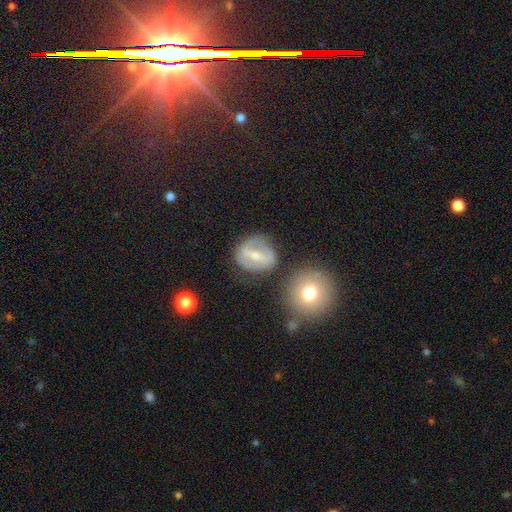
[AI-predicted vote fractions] A featured or disk galaxy (68%) with a strong bar (63%), spiral arms (50%, tied with no) and a moderate central bulge (53%). Merging: none (71%).